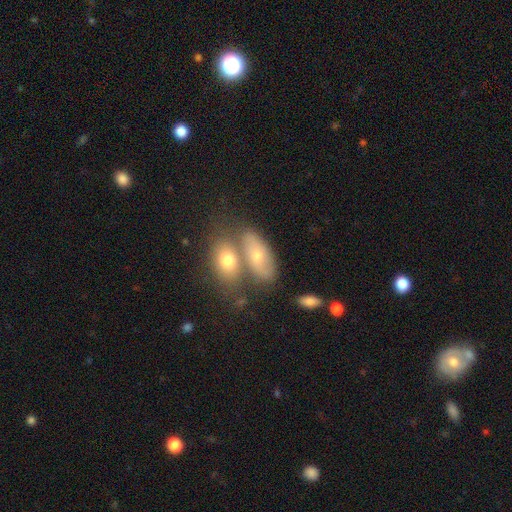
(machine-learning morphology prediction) smooth-or-featured: smooth: 59% | featured or disk: 32% | star or artifact: 9%
  how-rounded: in between: 82% | round: 10% | cigar-shaped: 8%
  merging: none: 43% | merger: 40% | minor disturbance: 12% | major disturbance: 5%